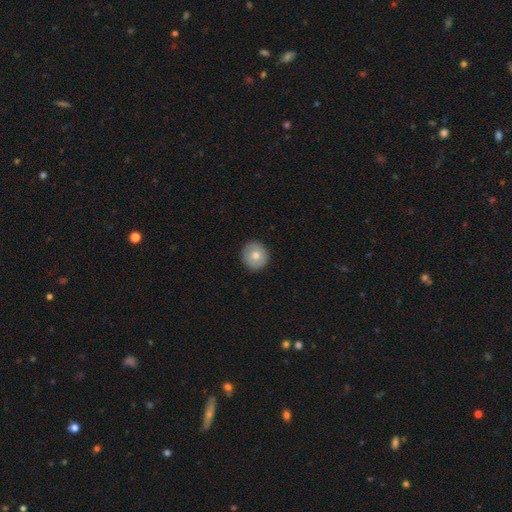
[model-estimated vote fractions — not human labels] This is likely a smooth galaxy (73%). How rounded: clearly round (93%). Merging: clearly none (91%).